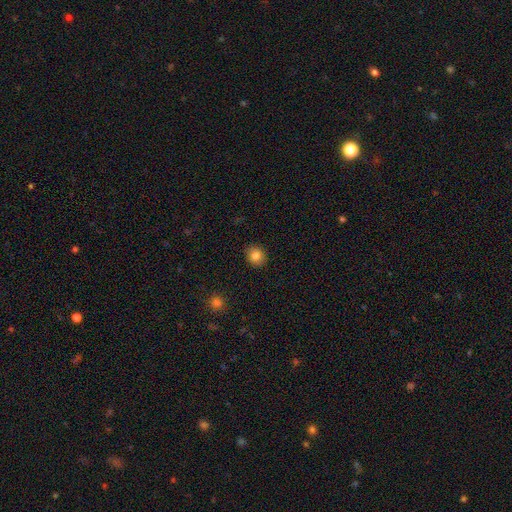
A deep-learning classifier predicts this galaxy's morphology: Smooth or featured: smooth — 82% (star or artifact — 10%)
How rounded: round — 73% (in between — 26%)
Merging: none — 91% (minor disturbance — 6%)